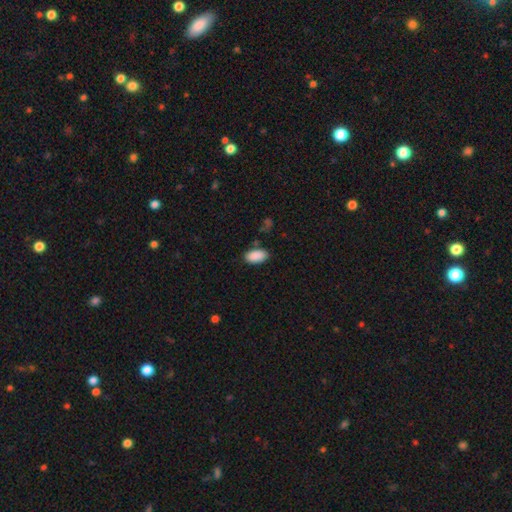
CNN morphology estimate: smooth-or-featured: smooth: 90% | star or artifact: 7% | featured or disk: 3%
  how-rounded: in between: 95% | round: 4% | cigar-shaped: 2%
  merging: none: 81% | minor disturbance: 13% | major disturbance: 3% | merger: 3%